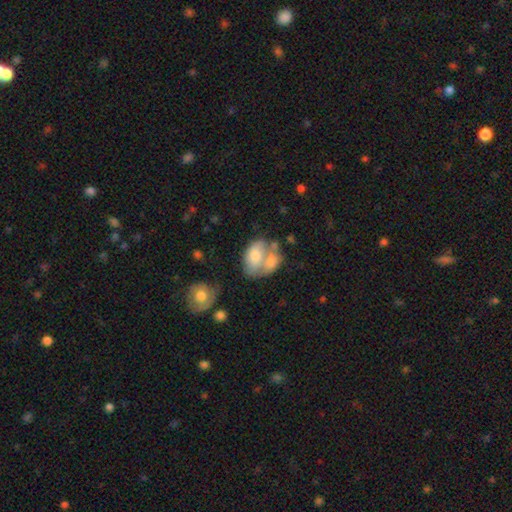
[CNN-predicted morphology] This is likely a smooth galaxy (66%). How rounded: clearly in between (81%). Merging: possibly merger (59%).